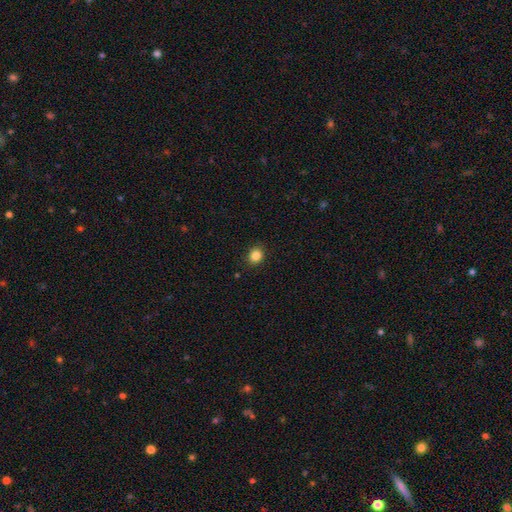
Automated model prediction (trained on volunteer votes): smooth 85%, star or artifact 11%, featured or disk 4%. Down the decision tree: how rounded — round (74%); merging — none (89%).